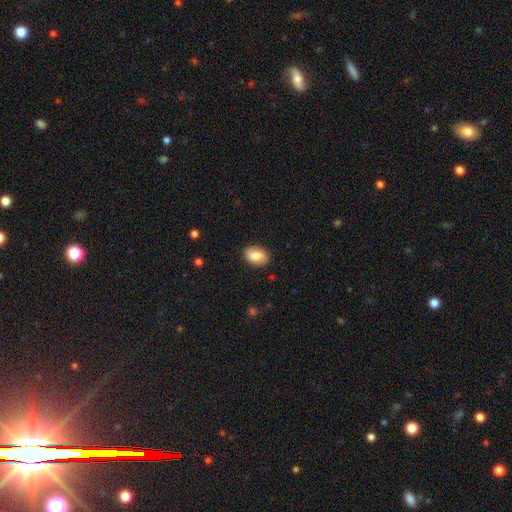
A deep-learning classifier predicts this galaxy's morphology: Smooth or featured? smooth (81%)
How rounded? in between (83%)
Merging? none (86%)